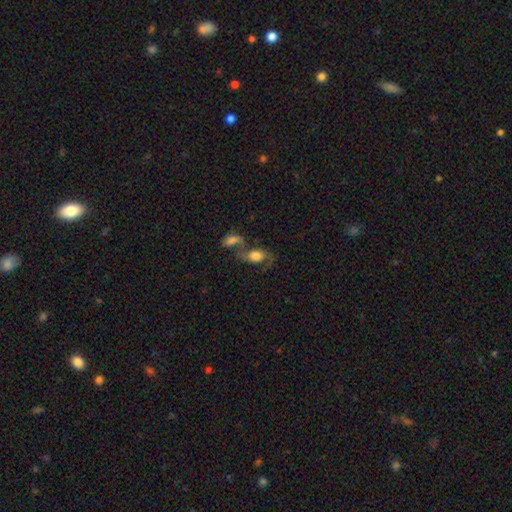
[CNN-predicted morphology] This appears to be a smooth galaxy with no disk features (47%). Merging: merger (41%).